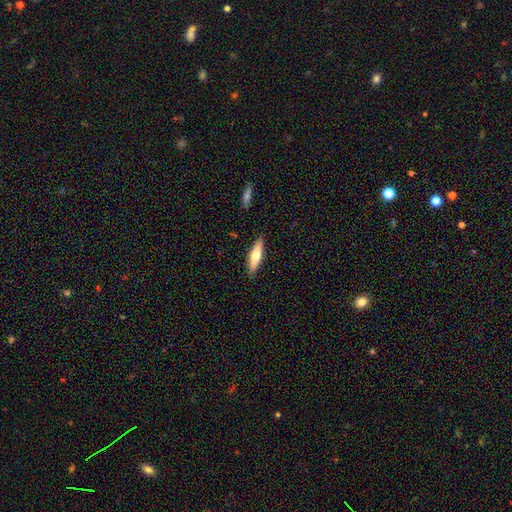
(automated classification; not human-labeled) smooth 55%, featured or disk 40%, star or artifact 6%. Down the decision tree: how rounded — cigar-shaped (71%); merging — none (89%).